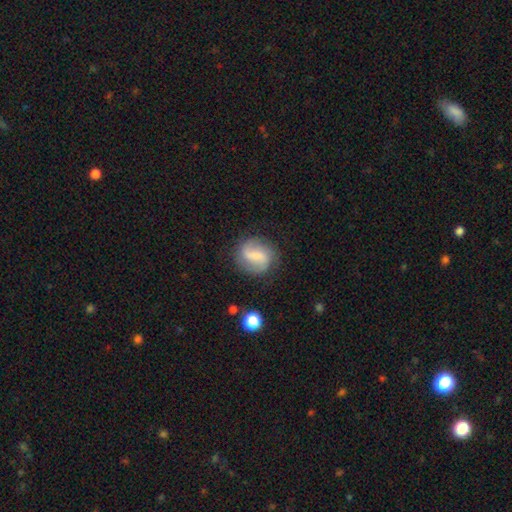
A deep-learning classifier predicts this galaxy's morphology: Q: Smooth or featured?
A: featured or disk (55%); runner-up: smooth (37%)
Q: Edge-on disk?
A: no (97%); runner-up: yes (3%)
Q: Bar?
A: weak (44%); runner-up: strong (33%)
Q: Spiral arms?
A: yes (86%); runner-up: no (14%)
Q: Bulge size?
A: small (37%); runner-up: none (36%)
Q: Merging?
A: none (75%); runner-up: minor disturbance (16%)